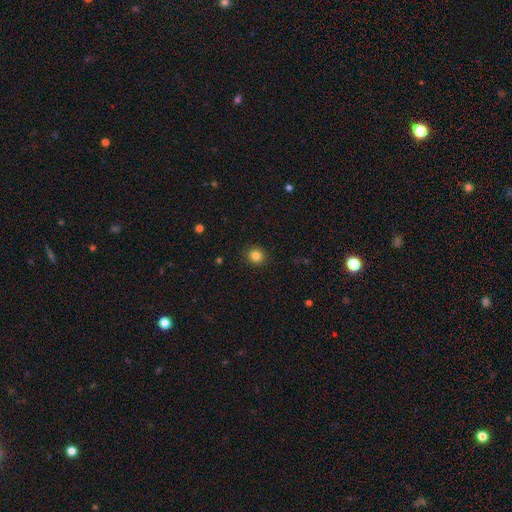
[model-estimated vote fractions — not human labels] smooth 84%, star or artifact 11%, featured or disk 5%. Down the decision tree: how rounded — round (91%); merging — none (92%).